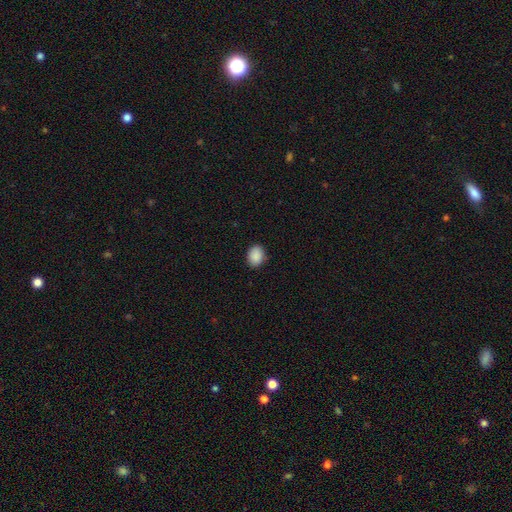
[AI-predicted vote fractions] smooth-or-featured: smooth: 90% | star or artifact: 8% | featured or disk: 3%
  how-rounded: in between: 63% | round: 36% | cigar-shaped: 1%
  merging: none: 86% | minor disturbance: 10% | major disturbance: 2% | merger: 1%